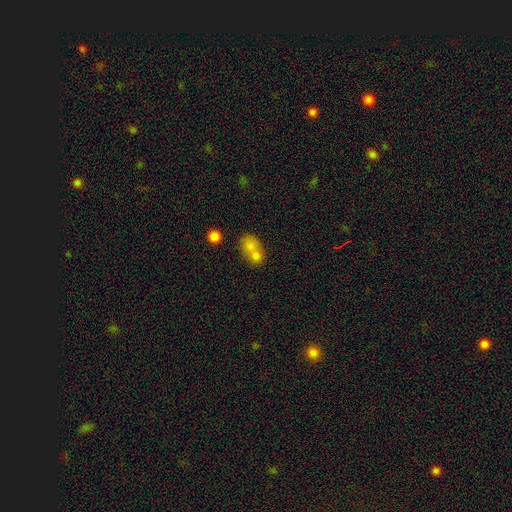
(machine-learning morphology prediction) This is likely a smooth galaxy (73%). How rounded: possibly in between (58%). Merging: possibly merger (59%).